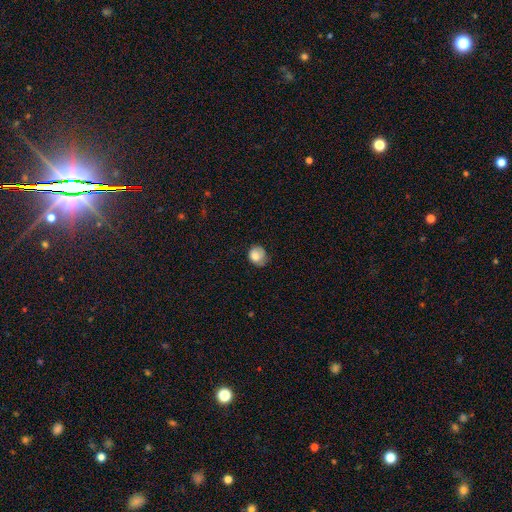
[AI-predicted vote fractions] smooth_or_featured: smooth (p=0.76) [alt: featured or disk p=0.16]
how_rounded: round (p=0.69) [alt: in between p=0.30]
merging: none (p=0.48) [alt: minor disturbance p=0.36]